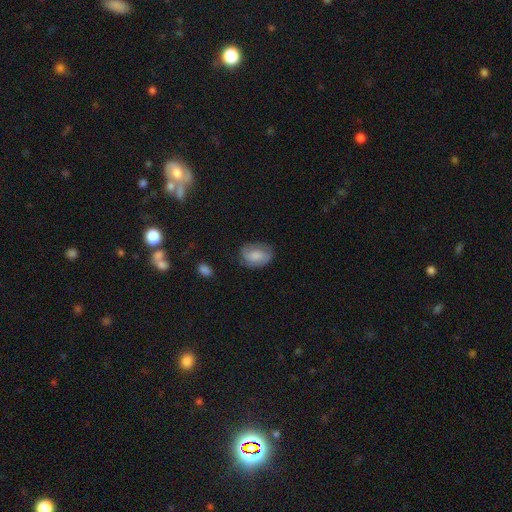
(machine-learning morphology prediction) A smooth galaxy with no disk features (71%) that is in between round and cigar-shaped (79%).

Vote fractions:
- Smooth or featured? smooth: 71% / featured or disk: 21% / star or artifact: 8%
- How rounded? in between: 79% / round: 19% / cigar-shaped: 1%
- Merging? none: 63% / minor disturbance: 26% / major disturbance: 9% / merger: 2%